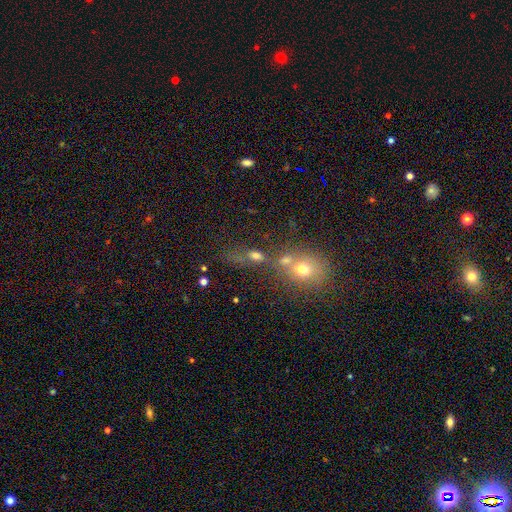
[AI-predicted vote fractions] This is likely a smooth galaxy (66%). How rounded: likely in between (68%). Merging: marginally none (38%).